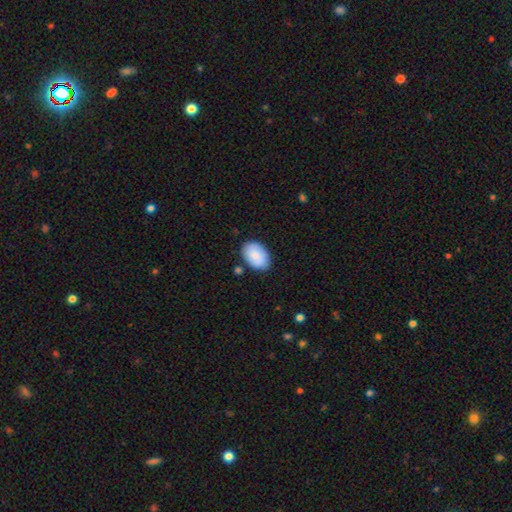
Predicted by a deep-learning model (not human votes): This appears to be a smooth galaxy with no disk features (84%) that is in between round and cigar-shaped (88%). Merging: none (80%).